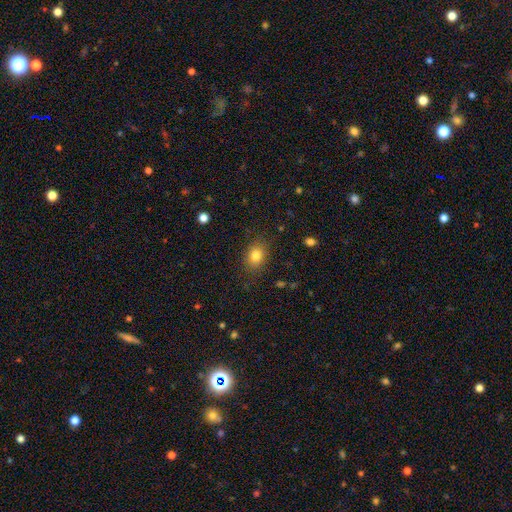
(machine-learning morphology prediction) smooth-or-featured: smooth: 82% | star or artifact: 11% | featured or disk: 7%
  how-rounded: in between: 60% | round: 39% | cigar-shaped: 1%
  merging: none: 84% | minor disturbance: 11% | major disturbance: 4% | merger: 1%